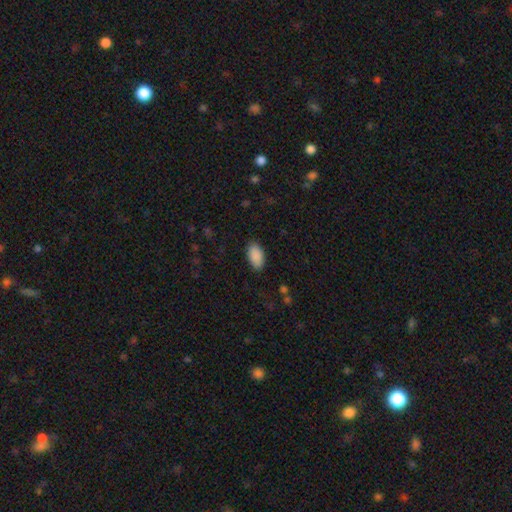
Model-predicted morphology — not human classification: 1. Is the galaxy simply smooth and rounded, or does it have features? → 91% smooth, 6% star or artifact, 3% featured or disk.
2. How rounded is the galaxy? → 95% in between, 3% round, 2% cigar-shaped.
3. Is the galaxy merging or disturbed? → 87% none, 9% minor disturbance, 3% major disturbance, 1% merger.